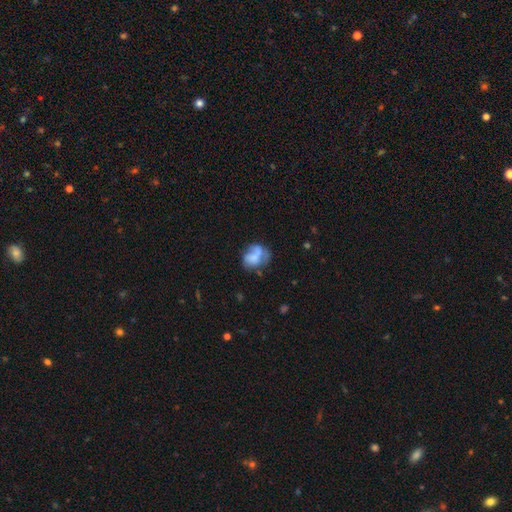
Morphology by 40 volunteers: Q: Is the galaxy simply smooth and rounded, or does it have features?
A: smooth — 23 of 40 (57%).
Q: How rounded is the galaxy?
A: round — 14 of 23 (61%).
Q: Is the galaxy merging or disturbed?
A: merger — 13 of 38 (34%).